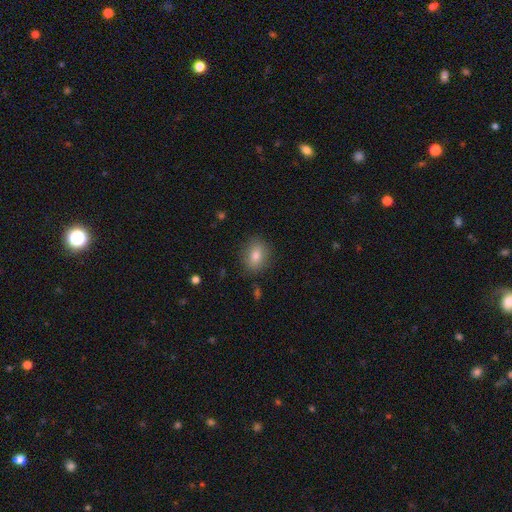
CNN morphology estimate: smooth 80%, featured or disk 11%, star or artifact 10%. Down the decision tree: how rounded — in between (61%); merging — none (85%).